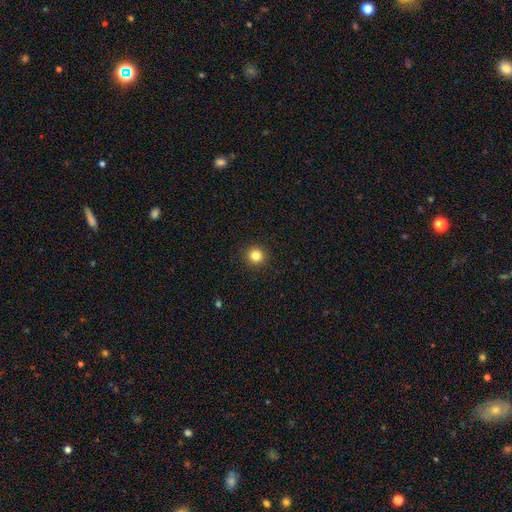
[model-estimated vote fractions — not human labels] Smooth or featured? smooth (83%)
How rounded? round (95%)
Merging? none (93%)